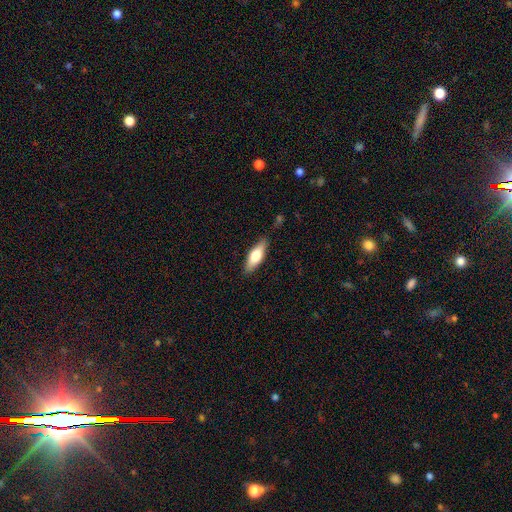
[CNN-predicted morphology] smooth_or_featured: smooth (p=0.64) [alt: featured or disk p=0.30]
how_rounded: in between (p=0.66) [alt: cigar-shaped p=0.32]
merging: none (p=0.84) [alt: minor disturbance p=0.12]